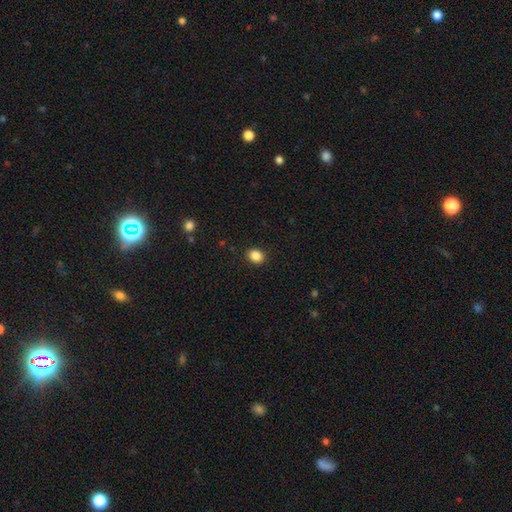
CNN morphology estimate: This appears to be a smooth galaxy with no disk features (87%) that is round (55%). Merging: none (90%).